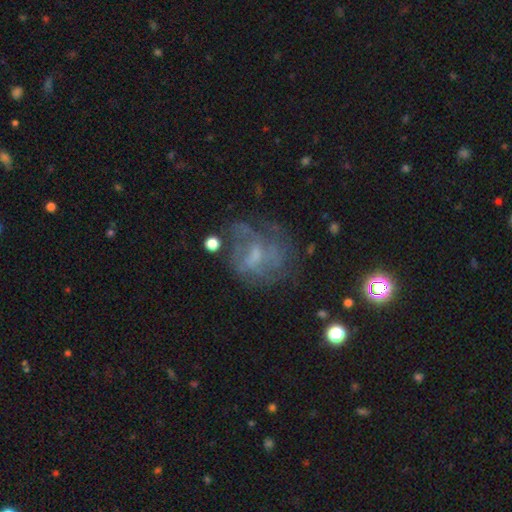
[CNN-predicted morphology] Smooth or featured?
  - featured or disk: 60% *
  - smooth: 24%
  - star or artifact: 16%
Edge-on disk?
  - no: 97% *
  - yes: 3%
Bar?
  - no: 52% *
  - weak: 40%
  - strong: 8%
Spiral arms?
  - yes: 52% *
  - no: 48%
Bulge size?
  - small: 45% *
  - none: 26%
  - moderate: 26%
  - large: 2%
  - dominant: 1%
Merging?
  - none: 52% *
  - major disturbance: 25%
  - minor disturbance: 19%
  - merger: 4%